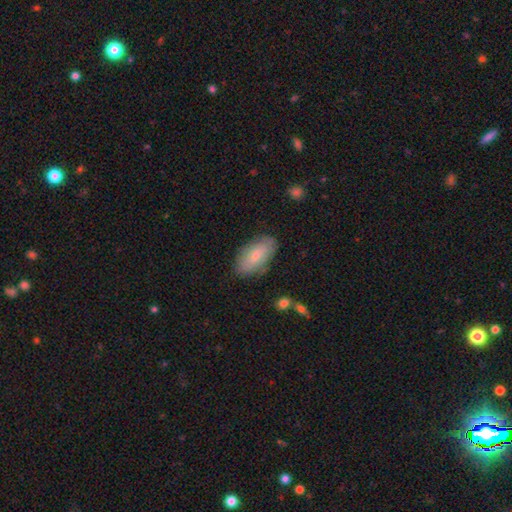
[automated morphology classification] Overall: smooth (72%). How rounded: in between (92%). Merging: none (79%).